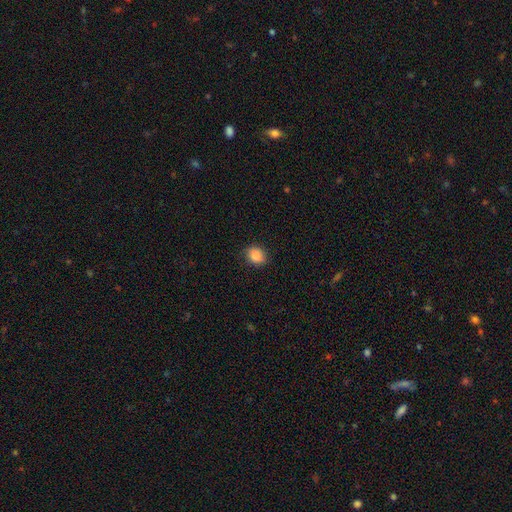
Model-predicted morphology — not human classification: smooth_or_featured: smooth (p=0.87) [alt: star or artifact p=0.09]
how_rounded: round (p=0.58) [alt: in between p=0.41]
merging: none (p=0.83) [alt: minor disturbance p=0.13]